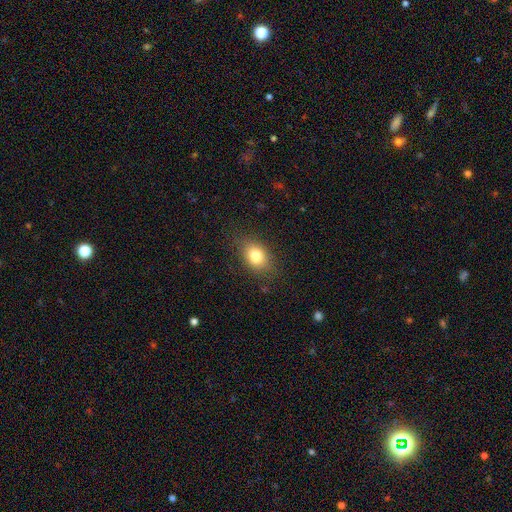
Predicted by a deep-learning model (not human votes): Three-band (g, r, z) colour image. It shows a smooth galaxy with no disk features (80%) that is in between round and cigar-shaped (75%). Merging: none (79%).